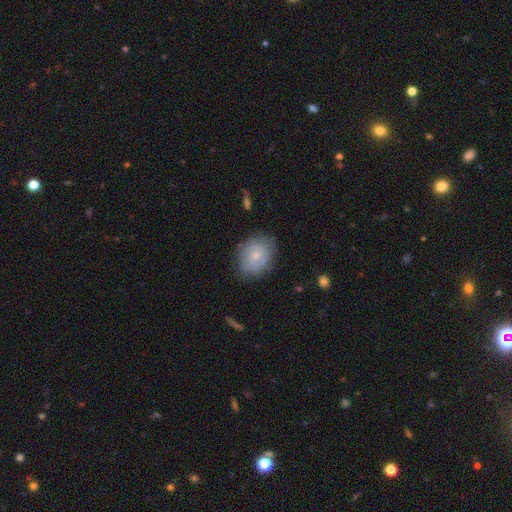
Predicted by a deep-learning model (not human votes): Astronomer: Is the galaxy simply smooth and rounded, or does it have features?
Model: featured or disk — 49% (runner-up: smooth, 44%).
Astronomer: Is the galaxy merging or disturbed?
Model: none — 75%.